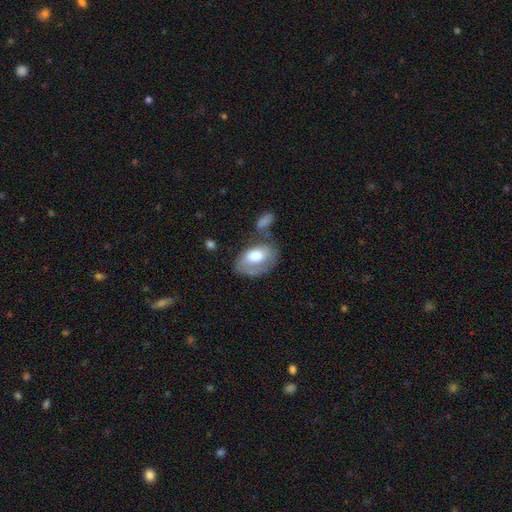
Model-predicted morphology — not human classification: Smooth or featured? Predicted: smooth (p=0.59). How rounded? Predicted: in between (p=0.86). Merging? Predicted: none (p=0.41).